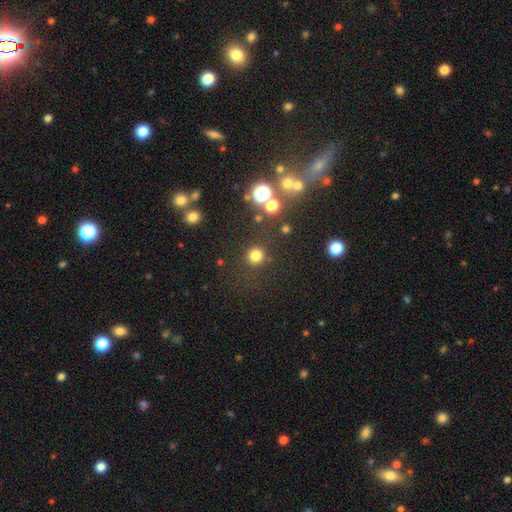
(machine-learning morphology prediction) The model was most divided on "smooth or featured": smooth: 78%, star or artifact: 17%, featured or disk: 5%. More confident: how rounded — round (93%); merging — none (85%).